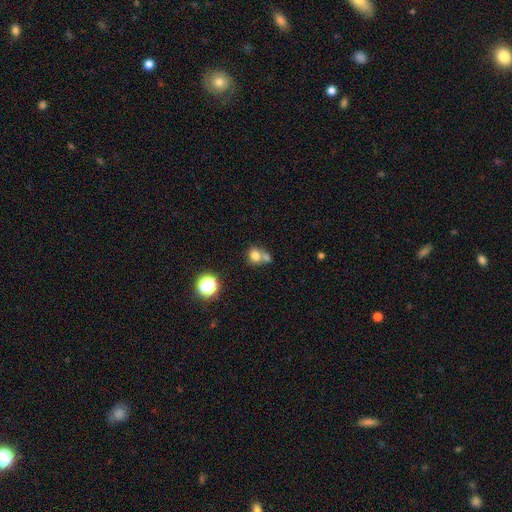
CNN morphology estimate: Smooth or featured? Predicted: smooth (p=0.75). How rounded? Predicted: round (p=0.74). Merging? Predicted: merger (p=0.48).